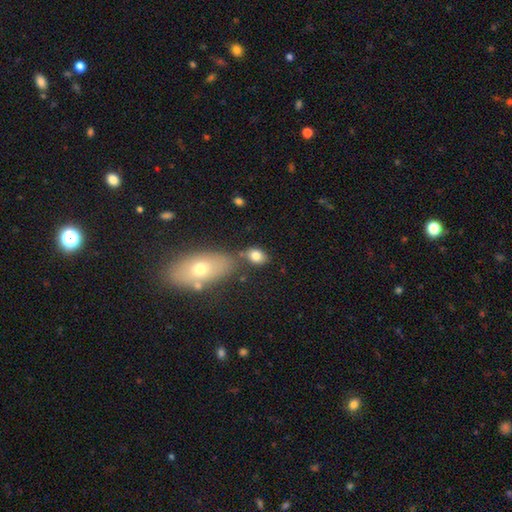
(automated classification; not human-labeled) smooth 80%, featured or disk 11%, star or artifact 9%. Down the decision tree: how rounded — in between (76%); merging — none (59%).